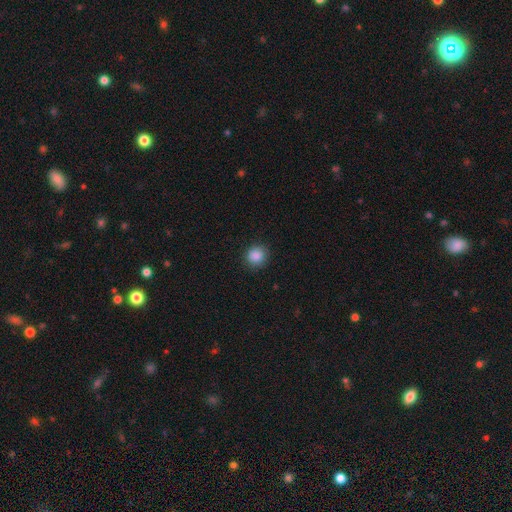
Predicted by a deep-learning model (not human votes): smooth_or_featured: smooth (p=0.88) [alt: star or artifact p=0.09]
how_rounded: round (p=0.87) [alt: in between p=0.12]
merging: none (p=0.88) [alt: minor disturbance p=0.09]